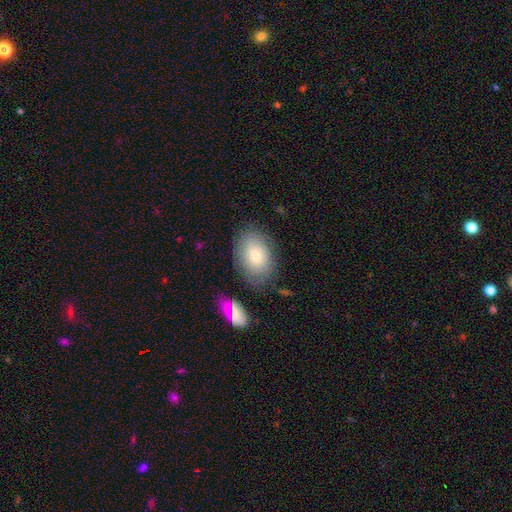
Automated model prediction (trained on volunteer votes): smooth-or-featured: smooth: 77% | featured or disk: 16% | star or artifact: 7%
  how-rounded: in between: 86% | round: 13% | cigar-shaped: 1%
  merging: none: 74% | minor disturbance: 16% | major disturbance: 5% | merger: 5%